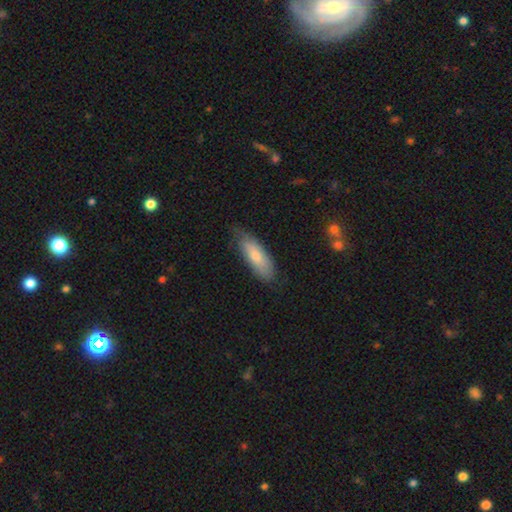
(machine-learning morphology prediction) This appears to be a smooth galaxy with no disk features (74%) that is in between round and cigar-shaped (62%). Merging: none (68%).